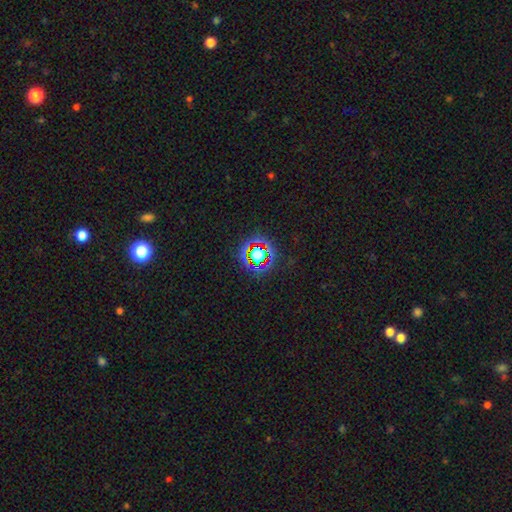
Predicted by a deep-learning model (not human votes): Overall: star or artifact (65%).